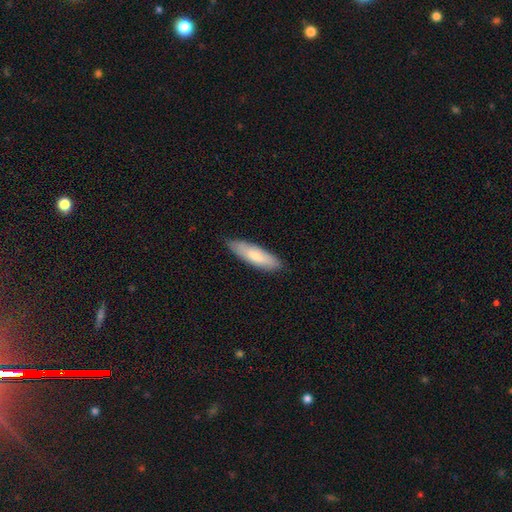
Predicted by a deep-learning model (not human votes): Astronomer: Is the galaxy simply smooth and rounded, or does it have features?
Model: smooth — 78%.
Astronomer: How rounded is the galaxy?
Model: cigar-shaped — 58% (runner-up: in between, 41%).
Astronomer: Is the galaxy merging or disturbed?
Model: none — 82%.